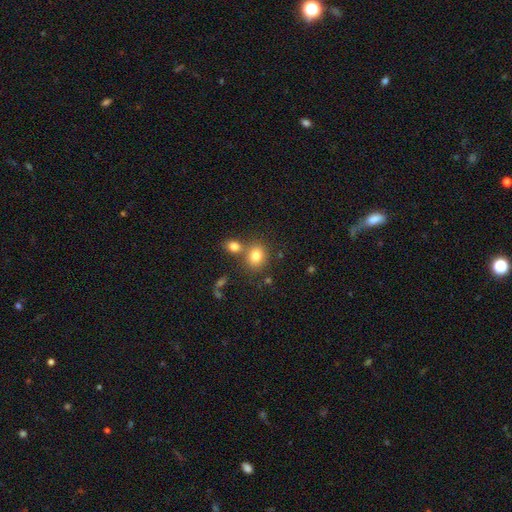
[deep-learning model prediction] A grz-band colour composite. It shows a smooth galaxy with no disk features (79%) that is round (59%). Merging: none (59%).